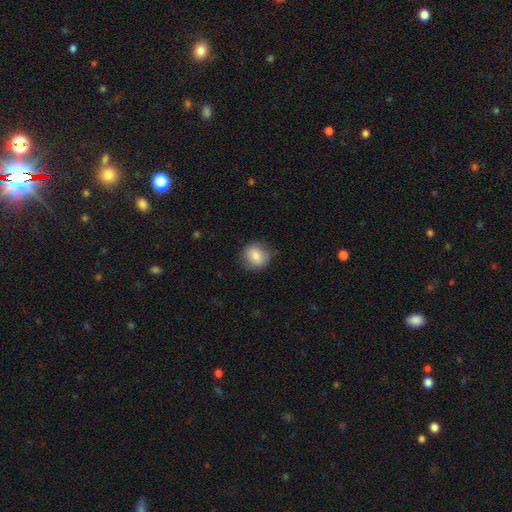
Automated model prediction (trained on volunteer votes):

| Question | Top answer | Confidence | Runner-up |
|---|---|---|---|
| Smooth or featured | smooth | 81% | featured or disk (11%) |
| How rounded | round | 75% | in between (24%) |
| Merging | none | 79% | minor disturbance (16%) |